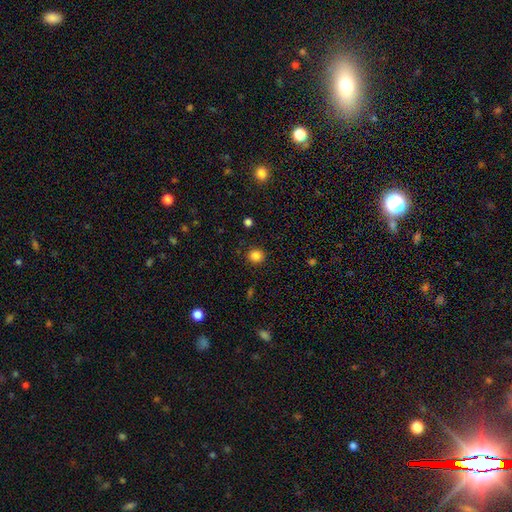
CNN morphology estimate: This appears to be a smooth galaxy with no disk features (85%) that is round (89%). Merging: none (91%).